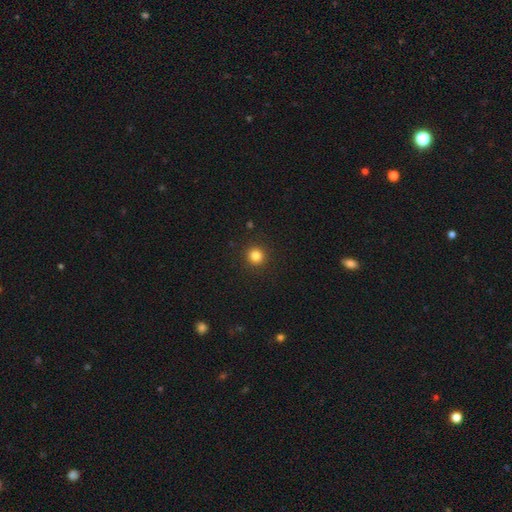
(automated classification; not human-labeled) Smooth or featured? Predicted: smooth (p=0.83). How rounded? Predicted: round (p=0.94). Merging? Predicted: none (p=0.92).